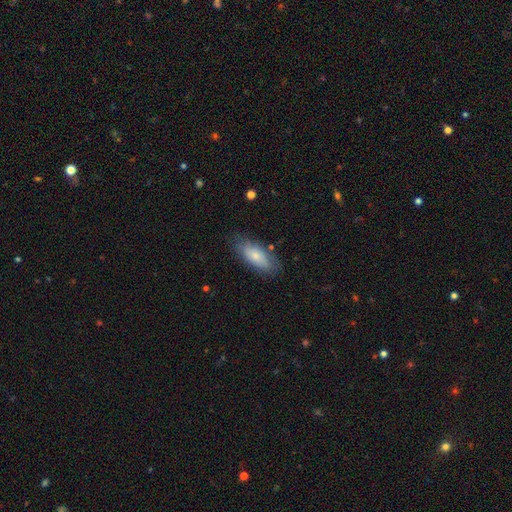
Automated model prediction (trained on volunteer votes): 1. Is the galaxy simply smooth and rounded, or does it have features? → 71% smooth, 22% featured or disk, 6% star or artifact.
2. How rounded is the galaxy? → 84% in between, 14% cigar-shaped, 2% round.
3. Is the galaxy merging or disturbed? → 73% none, 20% minor disturbance, 5% major disturbance, 2% merger.